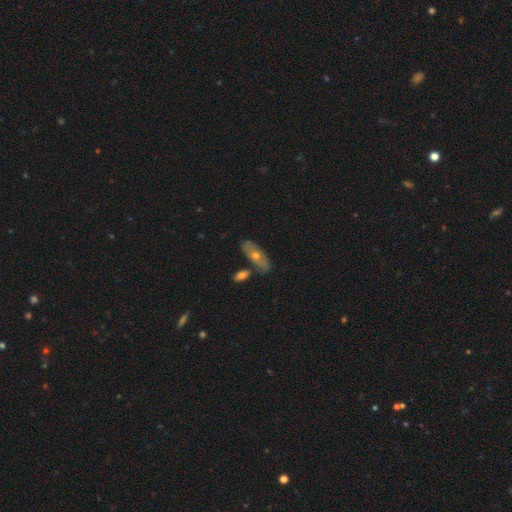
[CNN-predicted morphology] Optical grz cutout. It shows a featured or disk galaxy (50%). Merging: none (72%).